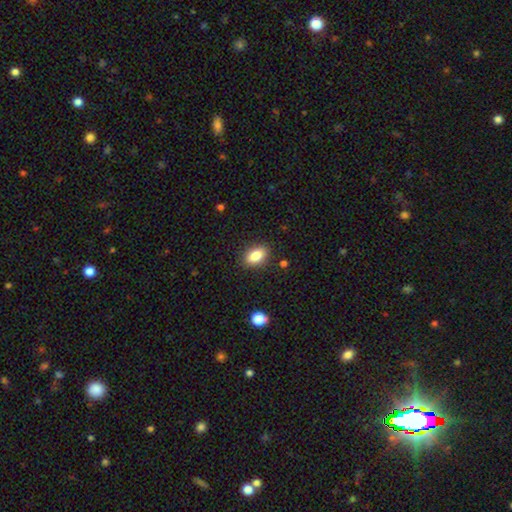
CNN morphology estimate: smooth-or-featured: smooth: 84% | featured or disk: 8% | star or artifact: 8%
  how-rounded: in between: 88% | round: 9% | cigar-shaped: 3%
  merging: none: 87% | minor disturbance: 9% | major disturbance: 2% | merger: 1%